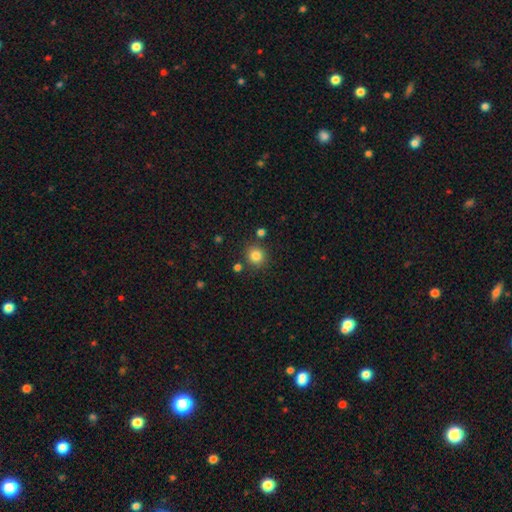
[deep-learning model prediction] Smooth or featured? smooth (83%)
How rounded? round (91%)
Merging? none (85%)